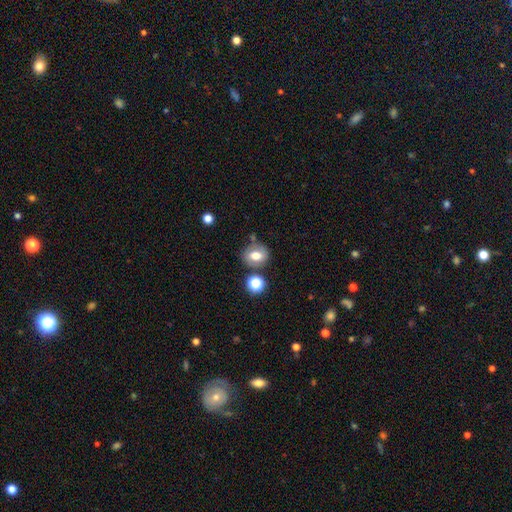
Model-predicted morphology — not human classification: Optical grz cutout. It shows a smooth galaxy with no disk features (63%) that is round (63%). Merging: none (68%).